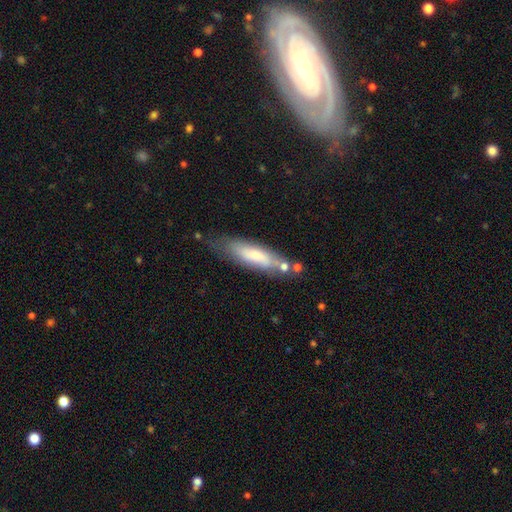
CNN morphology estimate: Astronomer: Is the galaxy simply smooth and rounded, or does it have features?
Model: smooth — 65%.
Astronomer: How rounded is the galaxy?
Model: cigar-shaped — 62%.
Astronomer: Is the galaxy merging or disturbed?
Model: none — 60%.